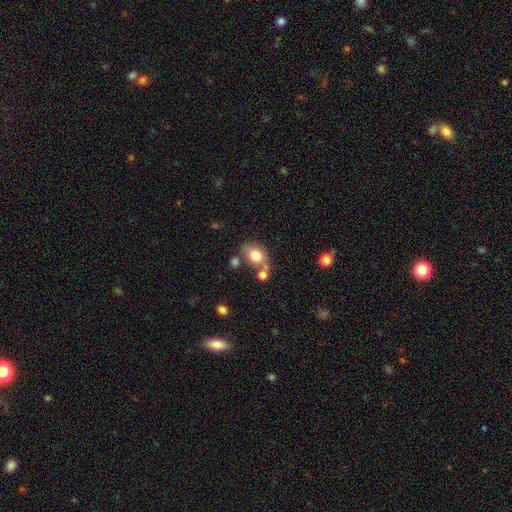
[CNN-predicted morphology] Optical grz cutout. It shows a smooth galaxy with no disk features (75%) that is in between round and cigar-shaped (59%). Merging: none (51%).